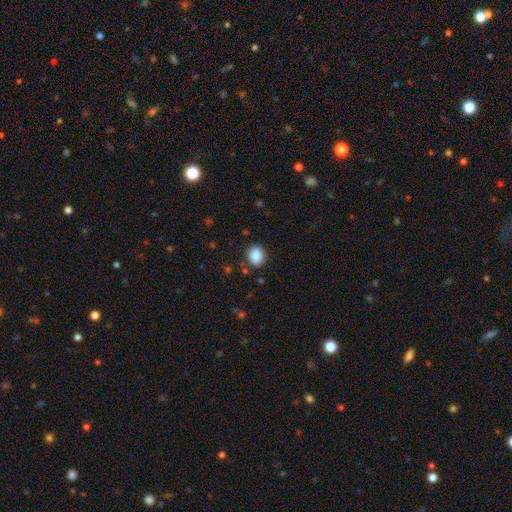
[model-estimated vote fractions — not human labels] This is clearly a smooth galaxy (87%). How rounded: possibly round (57%). Merging: clearly none (87%).